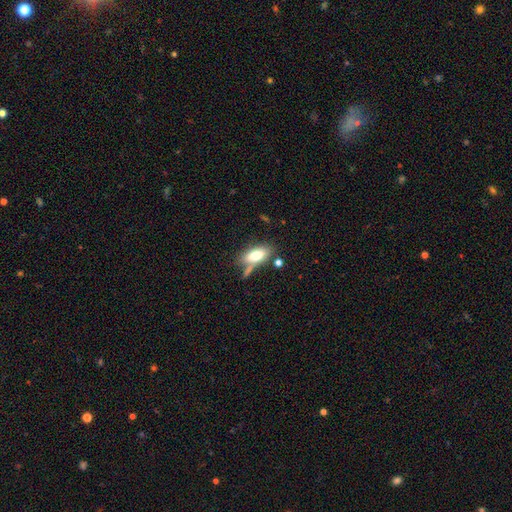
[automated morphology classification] The model was most divided on "merging": none: 55%, merger: 19%, minor disturbance: 18%, major disturbance: 8%. More confident: how rounded — in between (85%); smooth or featured — smooth (72%).